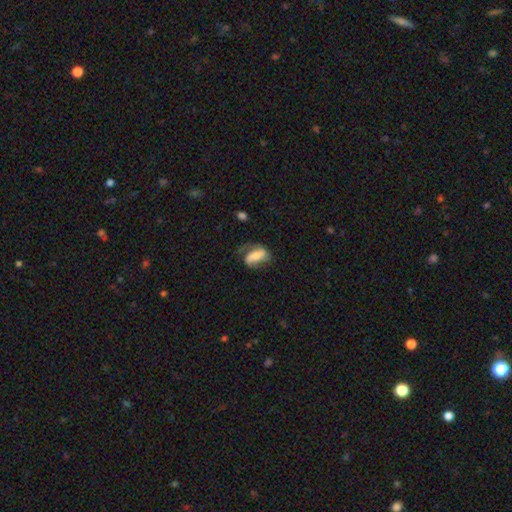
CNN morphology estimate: A featured or disk galaxy (58%) with a strong bar (40%), spiral arms (85%) and a moderate central bulge (38%).

Vote fractions:
- Smooth or featured? featured or disk: 58% / smooth: 35% / star or artifact: 7%
- Edge-on disk? no: 95% / yes: 5%
- Bar? strong: 40% / weak: 31% / no: 29%
- Spiral arms? yes: 85% / no: 15%
- Bulge size? moderate: 38% / small: 33% / large: 15% / none: 9% / dominant: 3%
- Merging? none: 51% / minor disturbance: 25% / major disturbance: 22% / merger: 2%